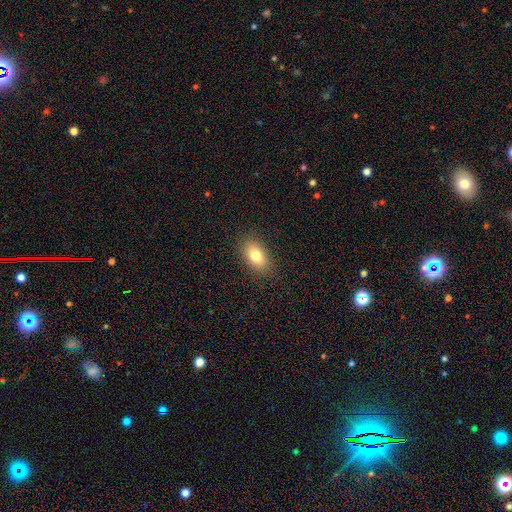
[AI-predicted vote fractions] This appears to be a smooth galaxy with no disk features (79%) that is in between round and cigar-shaped (89%). Merging: none (87%).